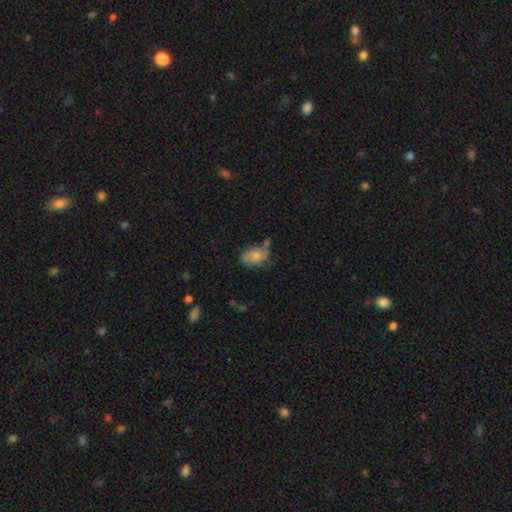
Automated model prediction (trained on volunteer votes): The model was most divided on "merging": none: 45%, minor disturbance: 31%, major disturbance: 13%, merger: 12%. More confident: how rounded — in between (83%); smooth or featured — smooth (66%).